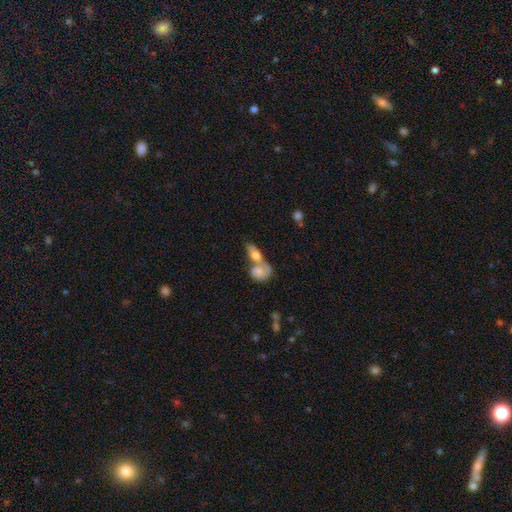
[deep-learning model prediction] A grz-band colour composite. It shows a smooth galaxy with no disk features (64%) that is in between round and cigar-shaped (74%). Merging: merger (65%).